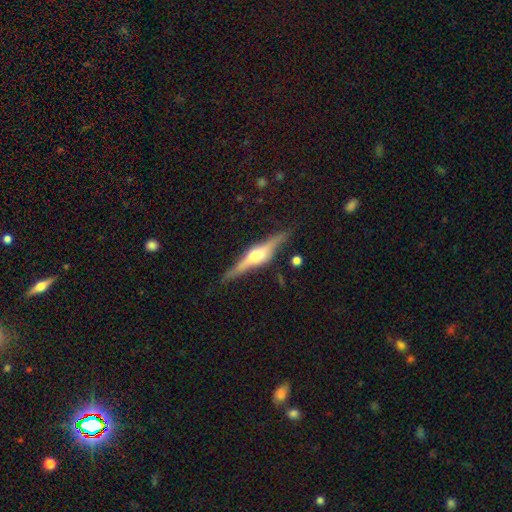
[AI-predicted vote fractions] Smooth or featured? featured or disk (79%)
Edge-on disk? yes (97%)
Edge-on bulge? rounded (83%)
Merging? none (85%)